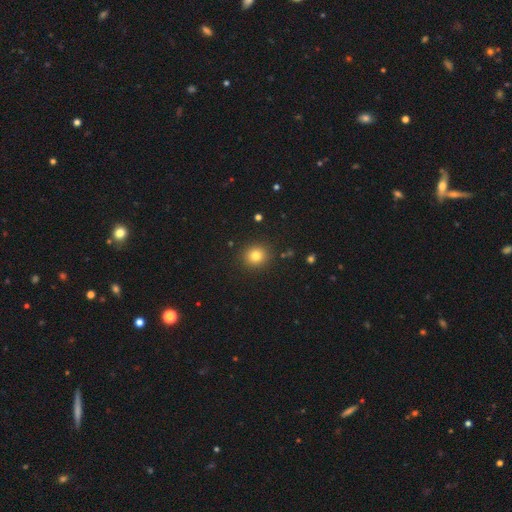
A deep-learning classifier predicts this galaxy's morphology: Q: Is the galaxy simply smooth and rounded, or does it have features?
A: smooth — 80%.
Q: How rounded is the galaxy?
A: round — 87%.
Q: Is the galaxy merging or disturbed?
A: none — 91%.